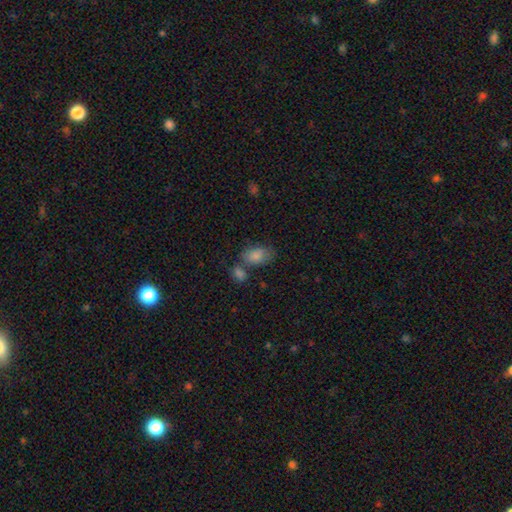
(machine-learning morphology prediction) Q: Smooth or featured?
A: smooth (84%); runner-up: featured or disk (8%)
Q: How rounded?
A: in between (88%); runner-up: round (10%)
Q: Merging?
A: none (49%); runner-up: merger (26%)